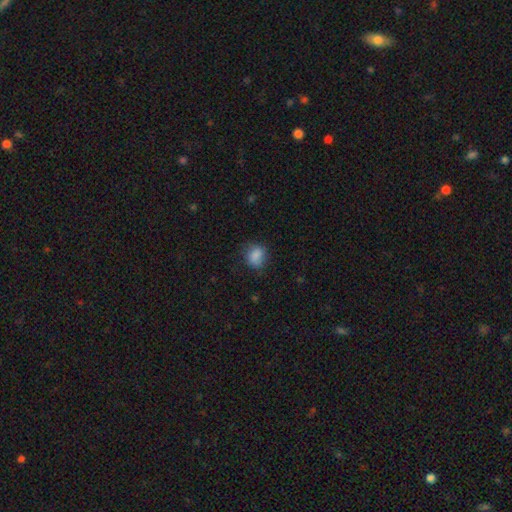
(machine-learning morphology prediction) Q: Smooth or featured?
A: smooth (84%); runner-up: star or artifact (10%)
Q: How rounded?
A: round (58%); runner-up: in between (40%)
Q: Merging?
A: none (72%); runner-up: minor disturbance (21%)